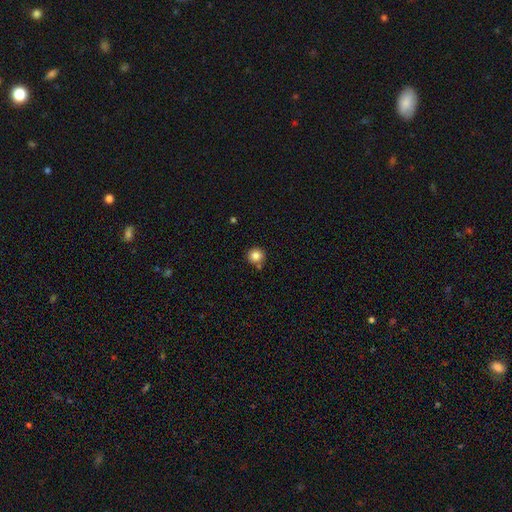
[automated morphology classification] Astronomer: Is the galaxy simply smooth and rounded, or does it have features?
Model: smooth — 84%.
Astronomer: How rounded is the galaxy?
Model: round — 93%.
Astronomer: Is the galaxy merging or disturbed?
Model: none — 79%.